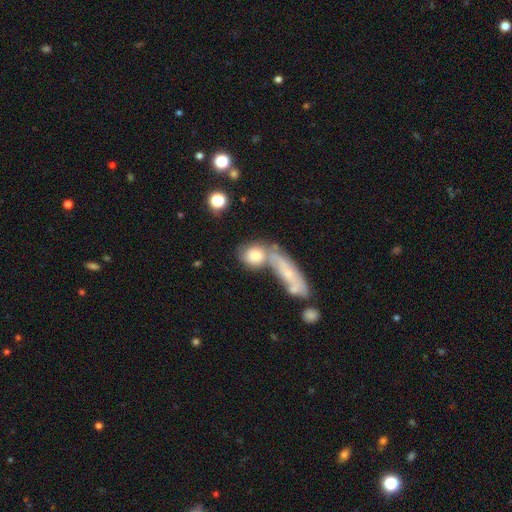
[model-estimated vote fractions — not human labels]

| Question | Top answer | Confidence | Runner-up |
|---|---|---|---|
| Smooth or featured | smooth | 70% | featured or disk (21%) |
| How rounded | round | 63% | in between (26%) |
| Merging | none | 41% | merger (39%) |